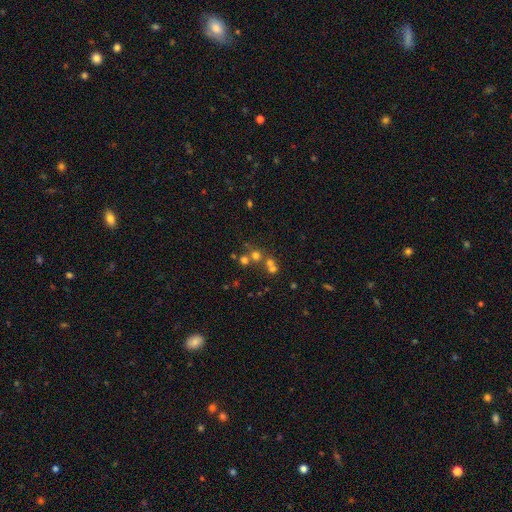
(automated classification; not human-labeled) smooth_or_featured: star or artifact (p=0.46) [alt: smooth p=0.34]